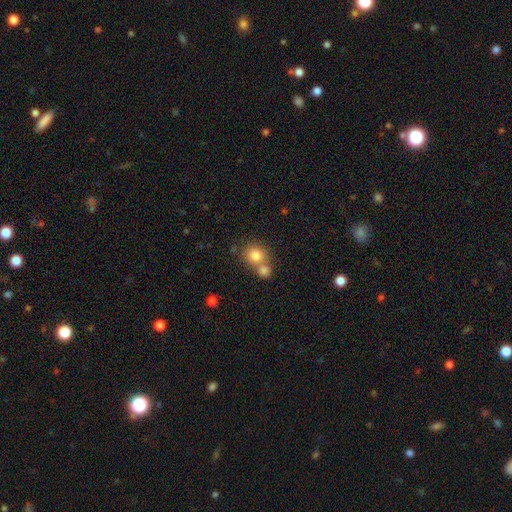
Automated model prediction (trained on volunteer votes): Smooth or featured: smooth — 80% (star or artifact — 11%)
How rounded: round — 82% (in between — 18%)
Merging: none — 45% (tied with merger — 45%)